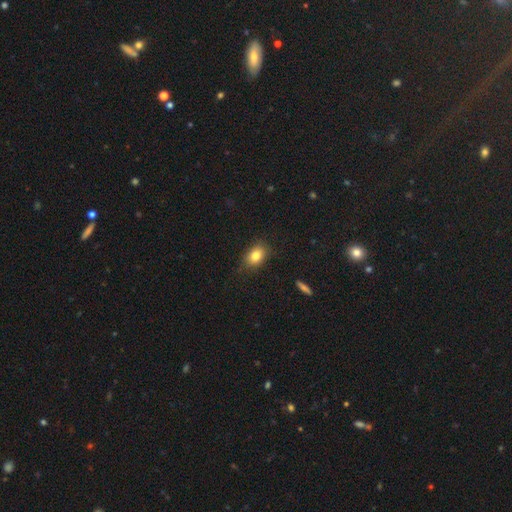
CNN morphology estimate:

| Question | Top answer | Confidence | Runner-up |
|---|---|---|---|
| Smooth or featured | smooth | 81% | star or artifact (10%) |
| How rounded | in between | 76% | round (23%) |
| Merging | none | 80% | minor disturbance (16%) |